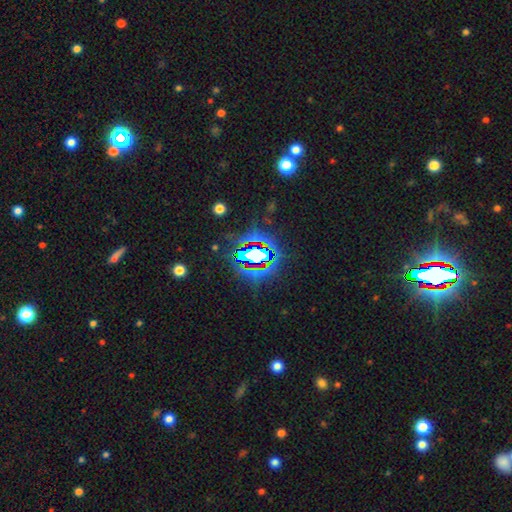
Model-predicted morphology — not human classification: Smooth or featured? Predicted: star or artifact (p=0.73).